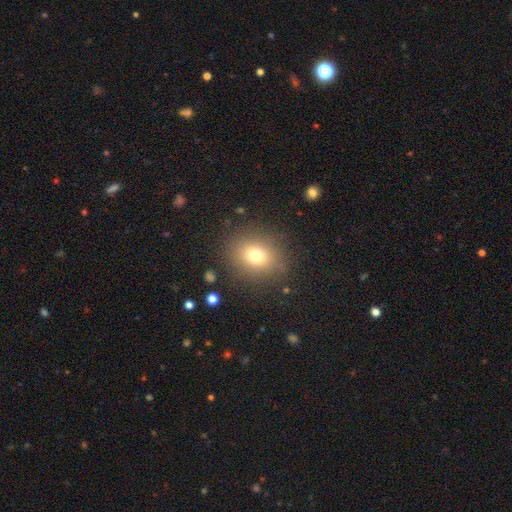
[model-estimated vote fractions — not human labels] Smooth or featured? smooth (73%)
How rounded? round (71%)
Merging? none (85%)